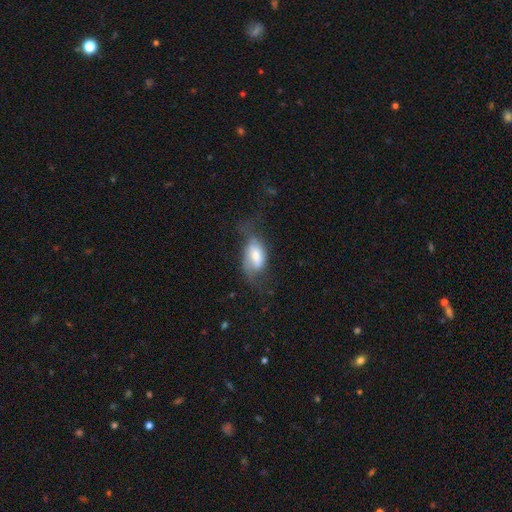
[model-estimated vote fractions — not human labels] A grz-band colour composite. It shows a smooth galaxy with no disk features (53%) that is in between round and cigar-shaped (89%). Merging: none (36%).